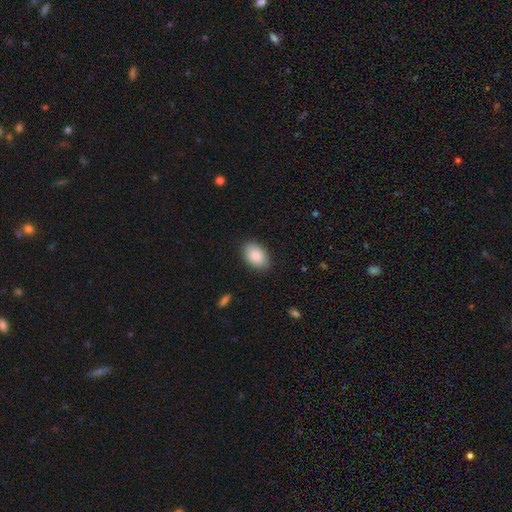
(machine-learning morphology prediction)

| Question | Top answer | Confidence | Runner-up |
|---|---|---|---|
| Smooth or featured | smooth | 86% | featured or disk (8%) |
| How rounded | in between | 90% | round (9%) |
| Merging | none | 86% | minor disturbance (11%) |